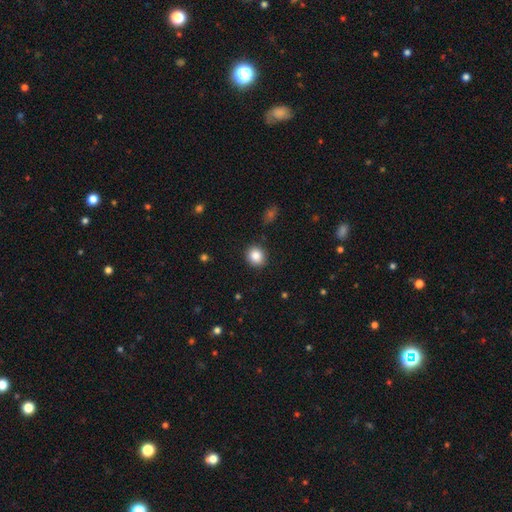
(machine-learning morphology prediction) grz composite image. It shows a smooth galaxy with no disk features (86%) that is round (82%). Merging: none (90%).